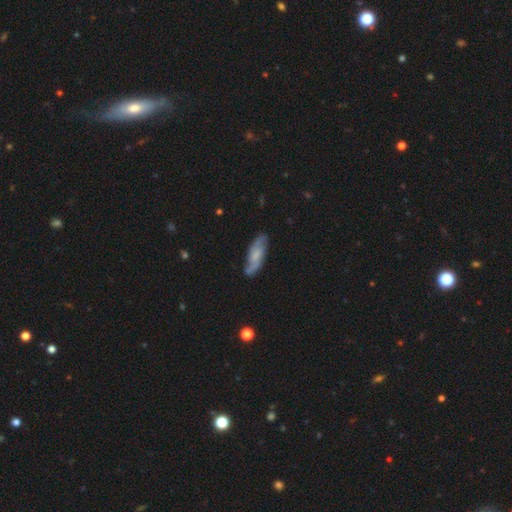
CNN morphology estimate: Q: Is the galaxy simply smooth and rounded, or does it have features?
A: featured or disk — 59%.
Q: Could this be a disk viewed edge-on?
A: no — 83%.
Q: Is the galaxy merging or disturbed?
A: none — 75%.